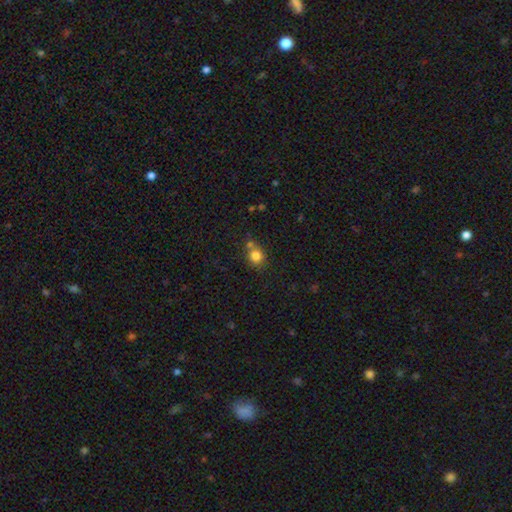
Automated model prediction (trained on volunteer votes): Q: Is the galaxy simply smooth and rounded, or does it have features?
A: smooth — 81%.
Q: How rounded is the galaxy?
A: round — 76%.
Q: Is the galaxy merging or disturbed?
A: none — 55%.